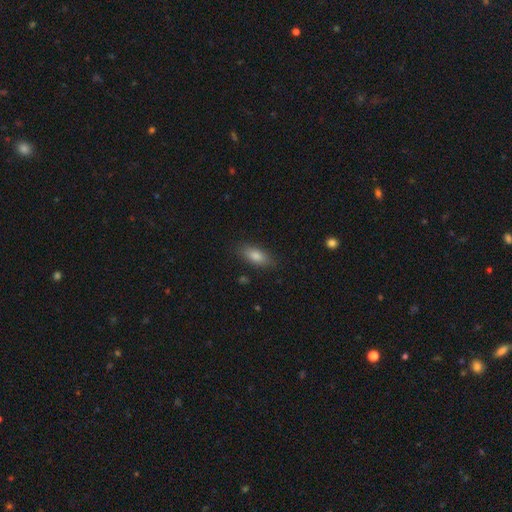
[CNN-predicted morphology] Overall: smooth (80%). How rounded: in between (75%). Merging: none (85%).